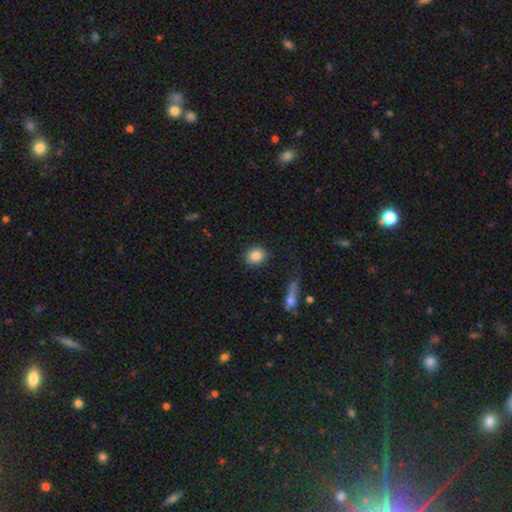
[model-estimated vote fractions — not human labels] Smooth or featured: smooth — 85% (star or artifact — 8%)
How rounded: round — 70% (in between — 29%)
Merging: none — 86% (minor disturbance — 8%)